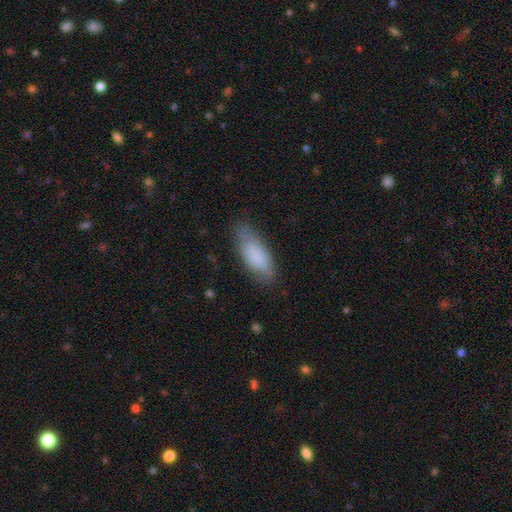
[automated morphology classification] A smooth galaxy with no disk features (82%) that is in between round and cigar-shaped (74%).

Vote fractions:
- Smooth or featured? smooth: 82% / featured or disk: 12% / star or artifact: 6%
- How rounded? in between: 74% / cigar-shaped: 24% / round: 2%
- Merging? none: 74% / minor disturbance: 20% / major disturbance: 5% / merger: 1%